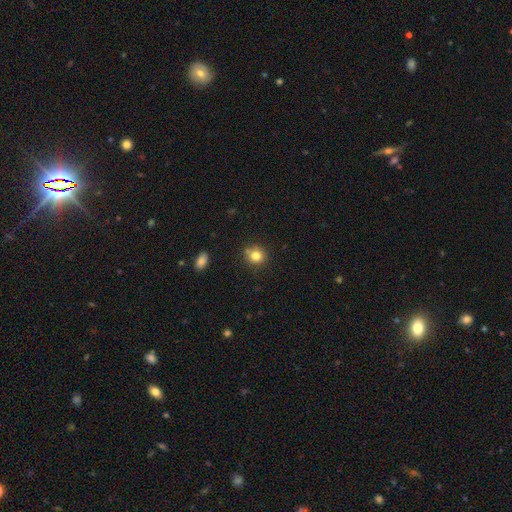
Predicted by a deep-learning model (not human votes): Smooth or featured? Predicted: smooth (p=0.80). How rounded? Predicted: round (p=0.88). Merging? Predicted: none (p=0.76).